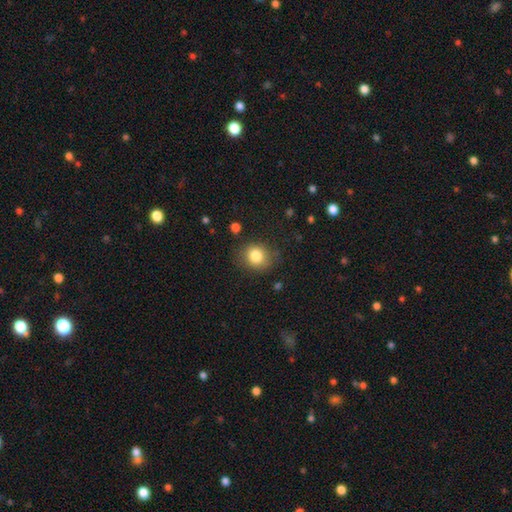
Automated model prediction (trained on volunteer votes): This is clearly a smooth galaxy (82%). How rounded: likely round (71%). Merging: likely none (79%).